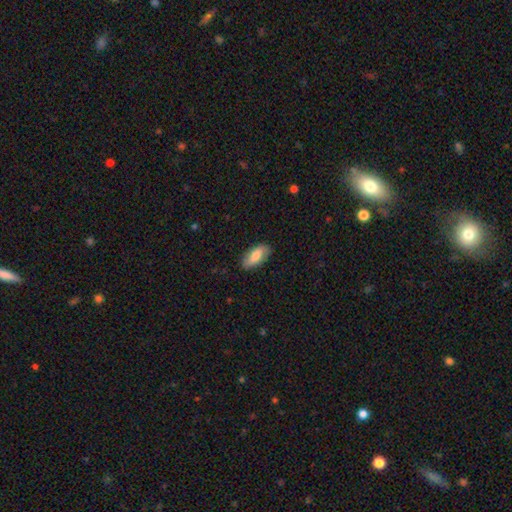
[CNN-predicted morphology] smooth-or-featured: smooth: 72% | featured or disk: 22% | star or artifact: 6%
  how-rounded: in between: 88% | cigar-shaped: 9% | round: 3%
  merging: none: 85% | minor disturbance: 11% | major disturbance: 2% | merger: 1%